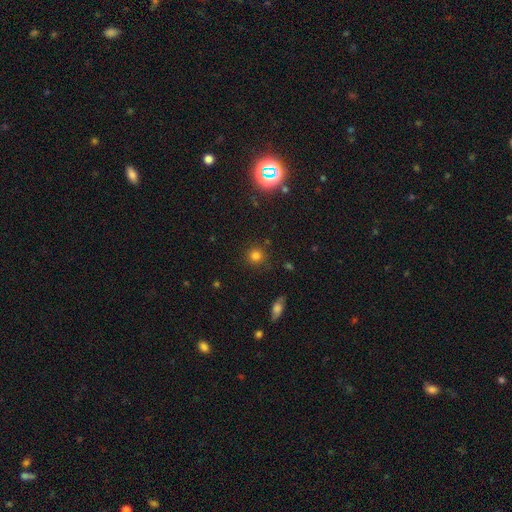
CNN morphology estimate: Smooth or featured: smooth — 78% (star or artifact — 17%)
How rounded: round — 91% (in between — 8%)
Merging: none — 86% (minor disturbance — 8%)